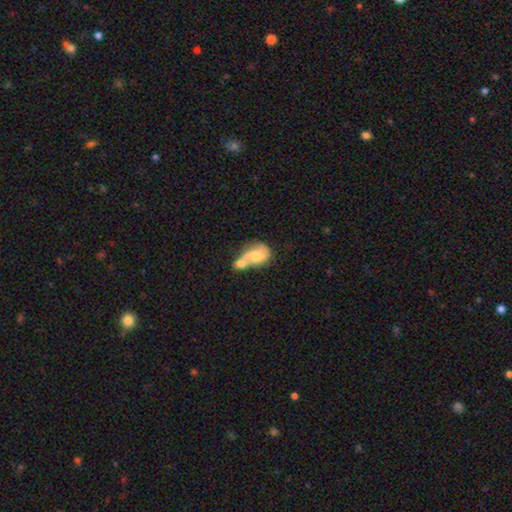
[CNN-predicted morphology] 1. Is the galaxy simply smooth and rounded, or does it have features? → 50% featured or disk, 43% smooth, 8% star or artifact.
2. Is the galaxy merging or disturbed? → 70% merger, 13% none, 9% major disturbance, 8% minor disturbance.